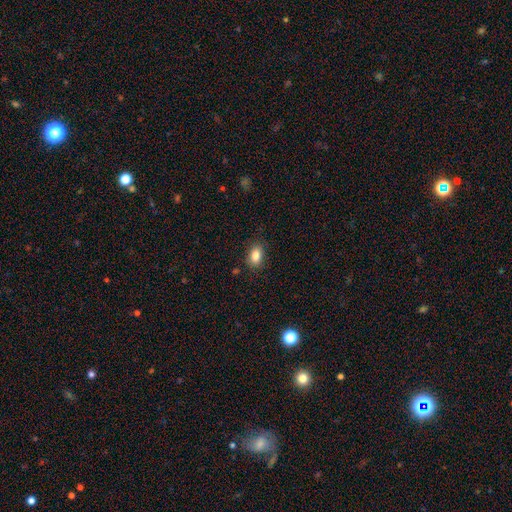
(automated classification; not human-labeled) A smooth galaxy with no disk features (84%) that is in between round and cigar-shaped (84%). Merging: none (85%).